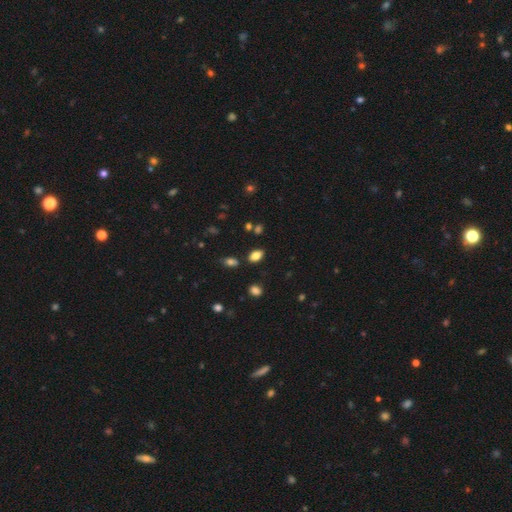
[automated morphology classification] The model was most divided on "merging": none: 82%, minor disturbance: 11%, merger: 5%, major disturbance: 3%. More confident: how rounded — in between (89%); smooth or featured — smooth (82%).